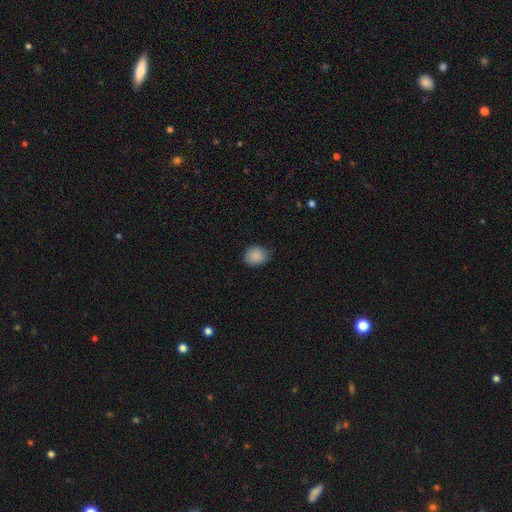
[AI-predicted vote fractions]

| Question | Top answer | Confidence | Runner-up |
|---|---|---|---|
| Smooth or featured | smooth | 88% | star or artifact (8%) |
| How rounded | round | 54% | in between (45%) |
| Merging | none | 76% | minor disturbance (20%) |